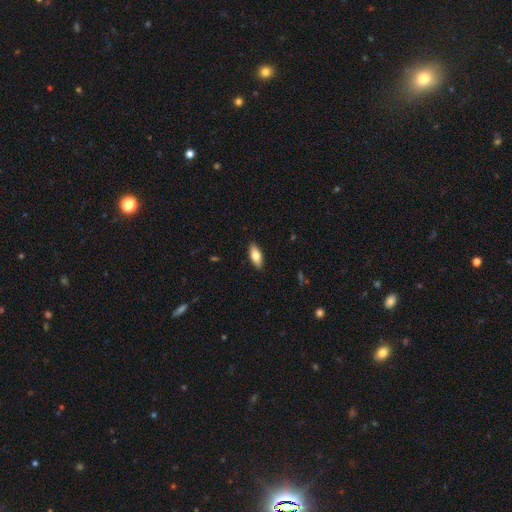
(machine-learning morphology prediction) type=smooth (75%); roundness=in between (81%); merging=none (89%).